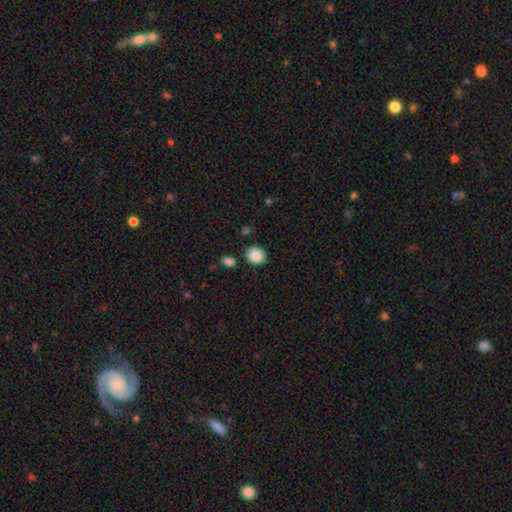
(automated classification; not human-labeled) Q: Smooth or featured?
A: smooth (85%); runner-up: star or artifact (8%)
Q: How rounded?
A: round (72%); runner-up: in between (27%)
Q: Merging?
A: none (84%); runner-up: minor disturbance (10%)